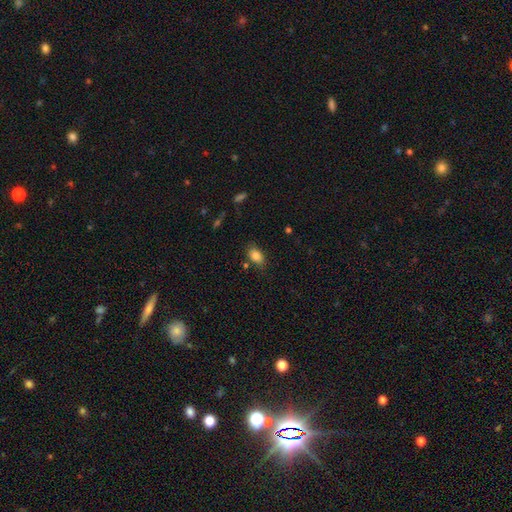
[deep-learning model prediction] Smooth or featured: smooth — 85% (star or artifact — 9%)
How rounded: in between — 85% (round — 13%)
Merging: none — 76% (minor disturbance — 17%)